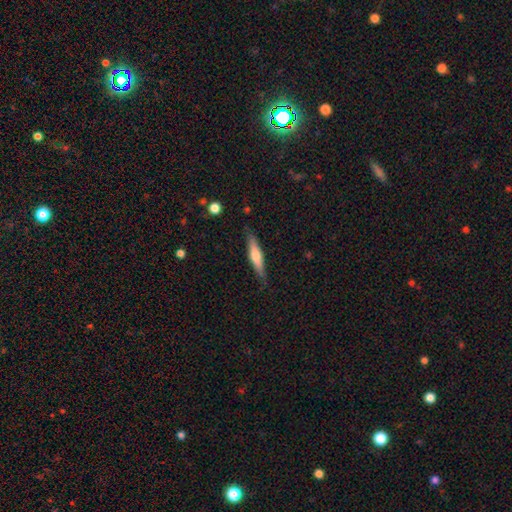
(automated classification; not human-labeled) smooth_or_featured: smooth (p=0.54) [alt: featured or disk p=0.41]
how_rounded: cigar-shaped (p=0.85) [alt: in between p=0.13]
merging: none (p=0.82) [alt: minor disturbance p=0.14]